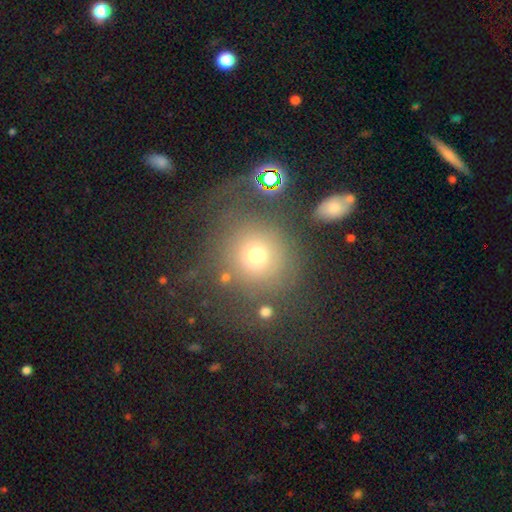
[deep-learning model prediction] A smooth galaxy with no disk features (66%) that is round (88%).

Vote fractions:
- Smooth or featured? smooth: 66% / star or artifact: 18% / featured or disk: 16%
- How rounded? round: 88% / in between: 11% / cigar-shaped: 1%
- Merging? none: 63% / major disturbance: 16% / minor disturbance: 14% / merger: 7%